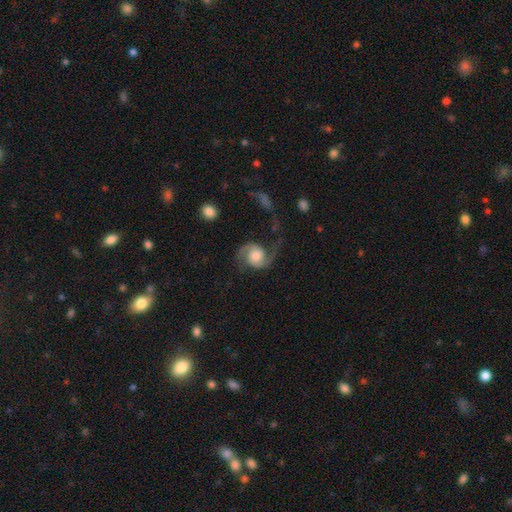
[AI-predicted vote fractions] Overall: featured or disk (85%). Edge-on disk: no (98%). Bar: no (70%). Spiral arms: yes (97%). Spiral arm count: 2 (91%). Spiral winding: loose (43%, tied with medium). Bulge size: moderate (53%; large 23%). Merging: none (59%; major disturbance 20%).